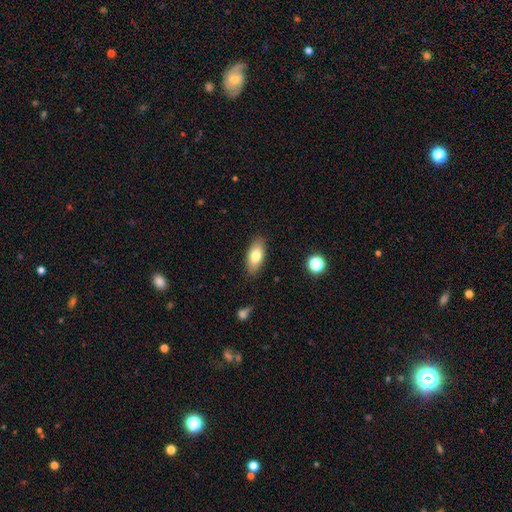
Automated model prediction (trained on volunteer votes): smooth_or_featured: smooth (p=0.76) [alt: featured or disk p=0.16]
how_rounded: in between (p=0.86) [alt: cigar-shaped p=0.10]
merging: none (p=0.86) [alt: minor disturbance p=0.10]